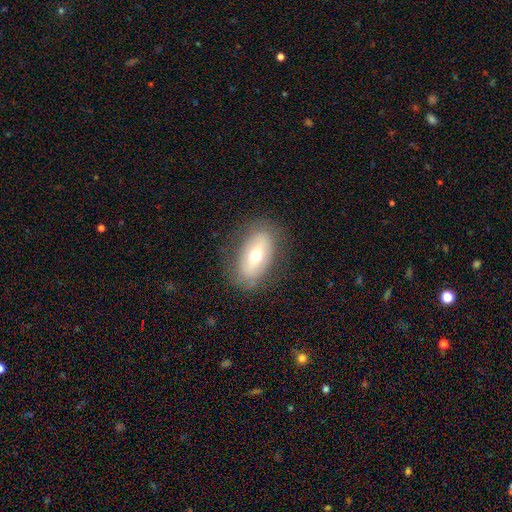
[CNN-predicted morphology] This is possibly a smooth galaxy (53%). How rounded: clearly in between (89%). Merging: clearly none (80%).